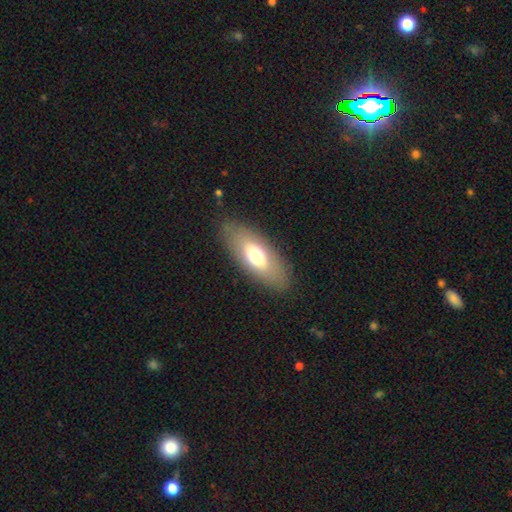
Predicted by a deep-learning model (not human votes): Morphology: type=smooth (63%); roundness=in between (82%); merging=none (85%).